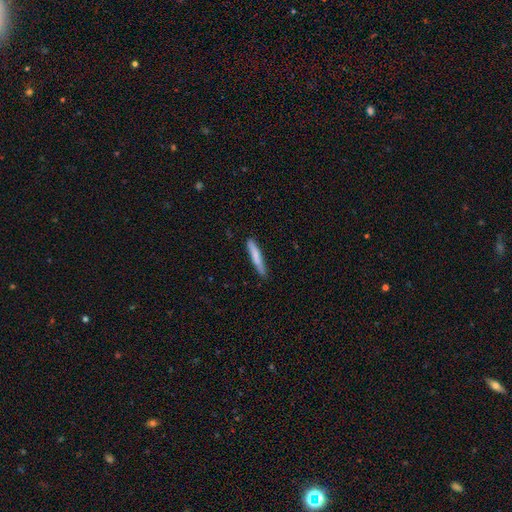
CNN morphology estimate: This appears to be a smooth galaxy with no disk features (74%) that is cigar-shaped (94%). Merging: none (86%).